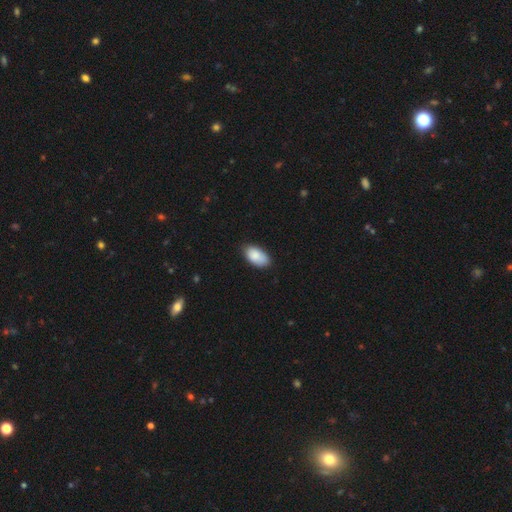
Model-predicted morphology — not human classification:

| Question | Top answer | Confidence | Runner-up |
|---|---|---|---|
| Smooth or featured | smooth | 87% | star or artifact (6%) |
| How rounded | in between | 95% | round (3%) |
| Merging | none | 78% | minor disturbance (18%) |